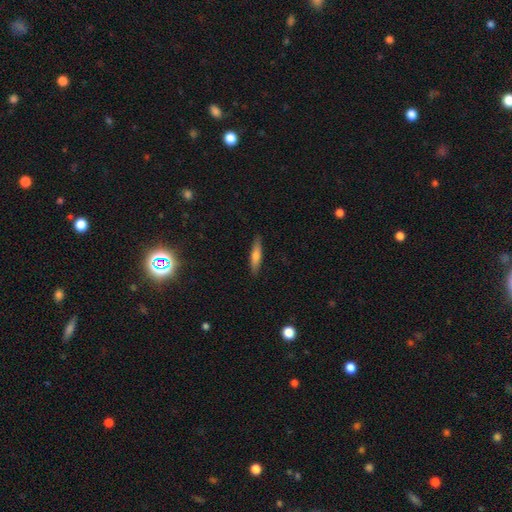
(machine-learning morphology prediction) Smooth or featured?
  - smooth: 64% *
  - featured or disk: 29%
  - star or artifact: 7%
How rounded?
  - cigar-shaped: 78% *
  - in between: 20%
  - round: 2%
Merging?
  - none: 88% *
  - minor disturbance: 9%
  - major disturbance: 2%
  - merger: 1%